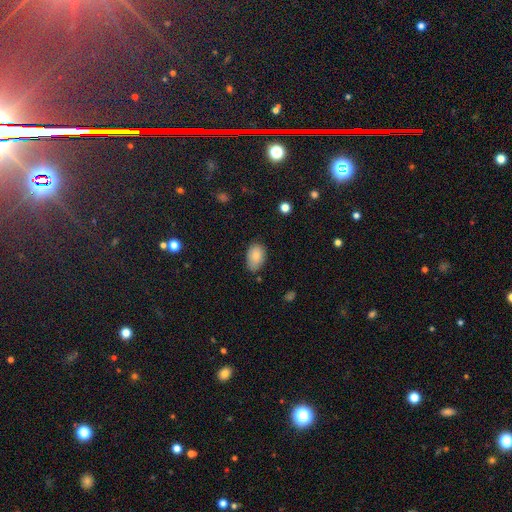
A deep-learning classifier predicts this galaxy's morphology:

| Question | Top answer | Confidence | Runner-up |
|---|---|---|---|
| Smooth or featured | smooth | 81% | featured or disk (11%) |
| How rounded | in between | 90% | round (9%) |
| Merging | none | 69% | minor disturbance (25%) |